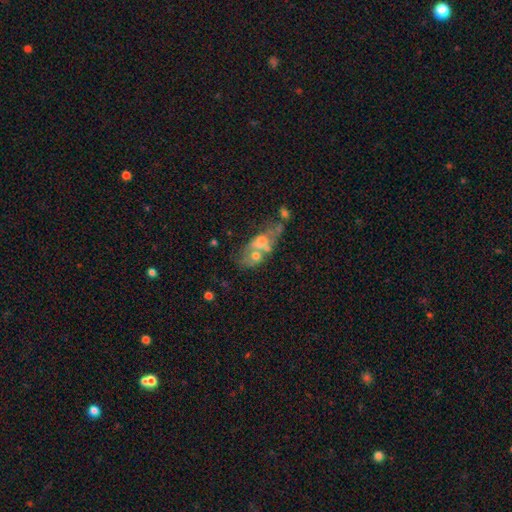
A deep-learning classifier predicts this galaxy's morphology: Smooth or featured?
  - smooth: 46% *
  - featured or disk: 43%
  - star or artifact: 11%
Merging?
  - merger: 48% *
  - none: 23%
  - major disturbance: 16%
  - minor disturbance: 14%